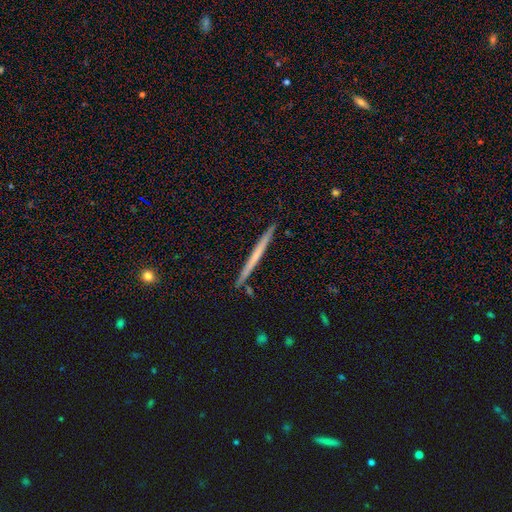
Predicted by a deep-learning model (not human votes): Smooth or featured? Predicted: featured or disk (p=0.47, tied with smooth). Merging? Predicted: none (p=0.91).